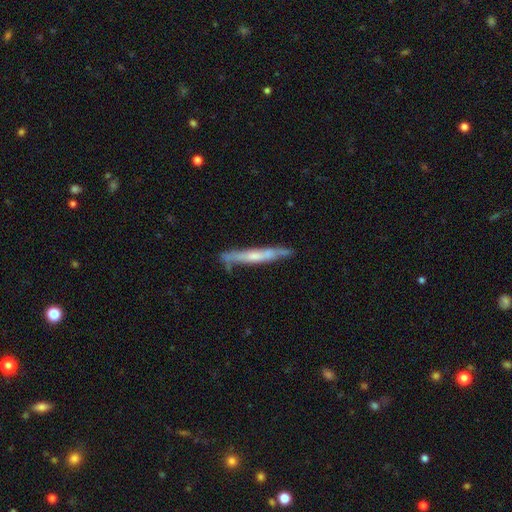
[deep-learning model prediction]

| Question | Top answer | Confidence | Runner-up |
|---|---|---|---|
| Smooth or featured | featured or disk | 56% | smooth (38%) |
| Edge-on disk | yes | 87% | no (13%) |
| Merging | none | 75% | minor disturbance (18%) |